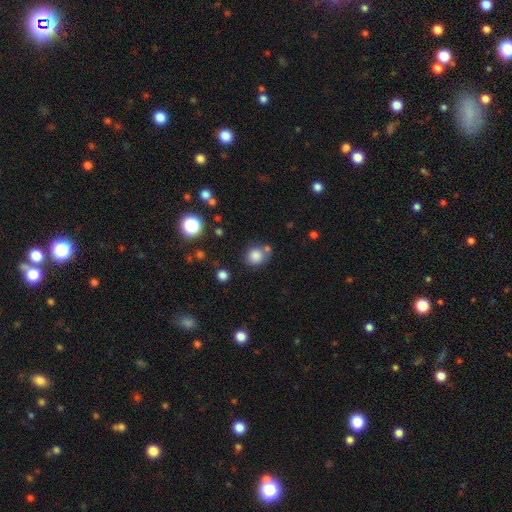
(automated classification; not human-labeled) This appears to be a smooth galaxy with no disk features (83%) that is round (83%). Merging: none (66%).